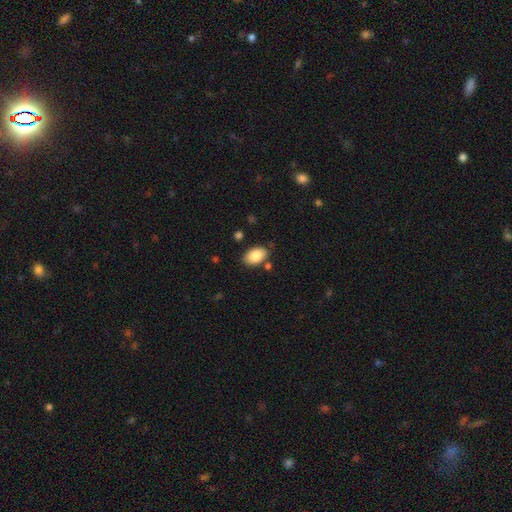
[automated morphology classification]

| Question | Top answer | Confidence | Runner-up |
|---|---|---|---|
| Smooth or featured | smooth | 86% | featured or disk (7%) |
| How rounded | in between | 90% | round (9%) |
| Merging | none | 79% | minor disturbance (13%) |